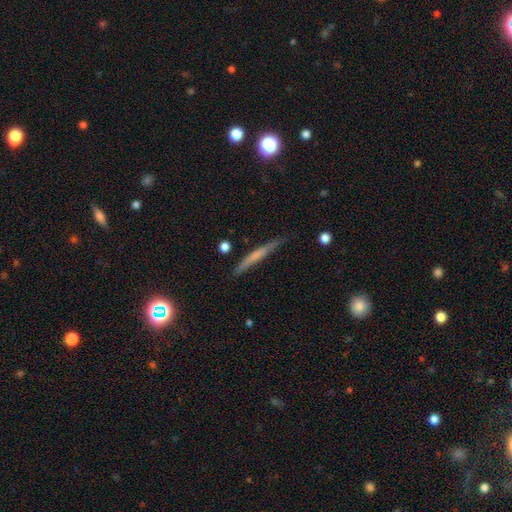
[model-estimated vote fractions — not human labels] Morphology: type=smooth (50%); merging=none (79%).